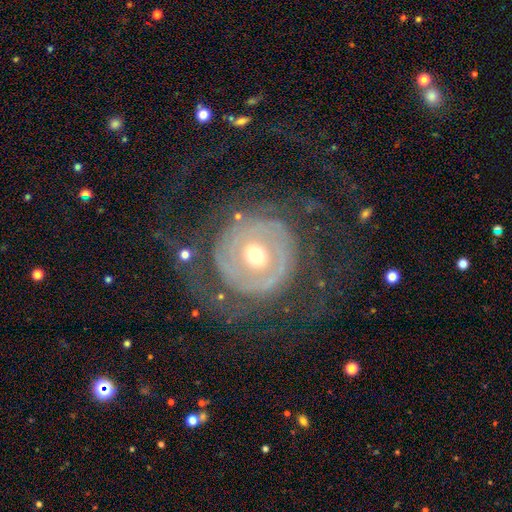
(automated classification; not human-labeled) This appears to be a featured or disk galaxy (81%) with no bar (72%), 2 (36%) tight (66%) spiral arms (74%) and a moderate central bulge (57%). Merging: none (61%).